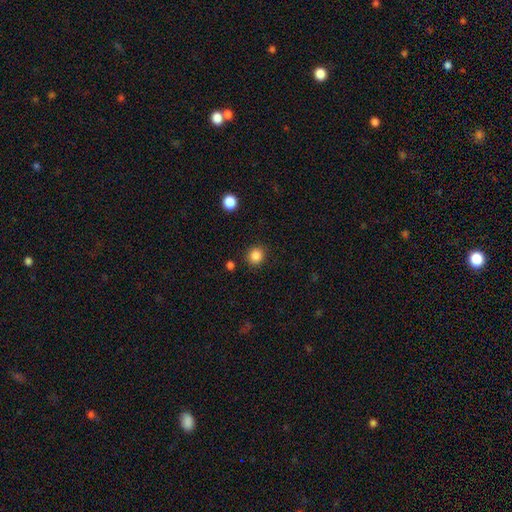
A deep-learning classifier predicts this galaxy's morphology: Smooth or featured? Predicted: smooth (p=0.86). How rounded? Predicted: round (p=0.92). Merging? Predicted: none (p=0.90).